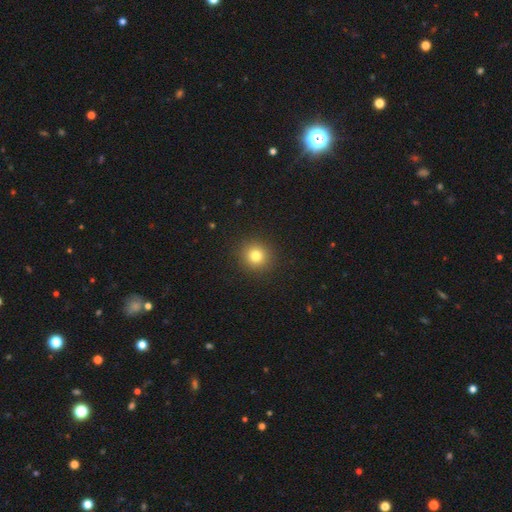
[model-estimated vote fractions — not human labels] The model was most divided on "smooth or featured": smooth: 80%, star or artifact: 13%, featured or disk: 7%. More confident: how rounded — round (92%); merging — none (92%).